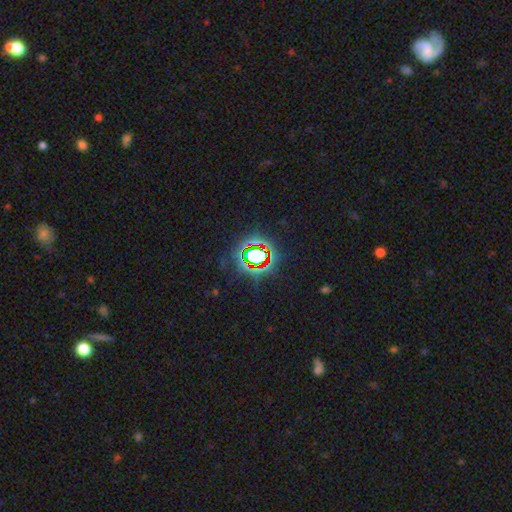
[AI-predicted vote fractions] Overall: star or artifact (74%).